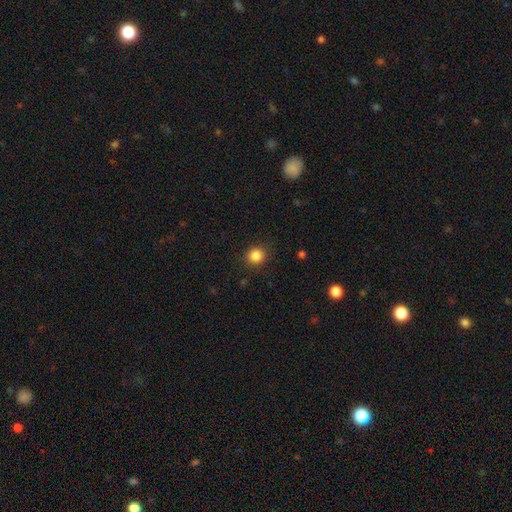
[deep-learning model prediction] Overall: smooth (85%). How rounded: round (86%). Merging: none (89%).